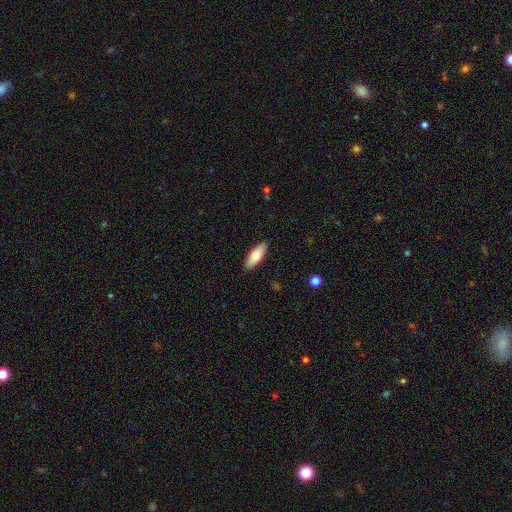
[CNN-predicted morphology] smooth 79%, featured or disk 15%, star or artifact 6%. Down the decision tree: how rounded — in between (73%); merging — none (89%).